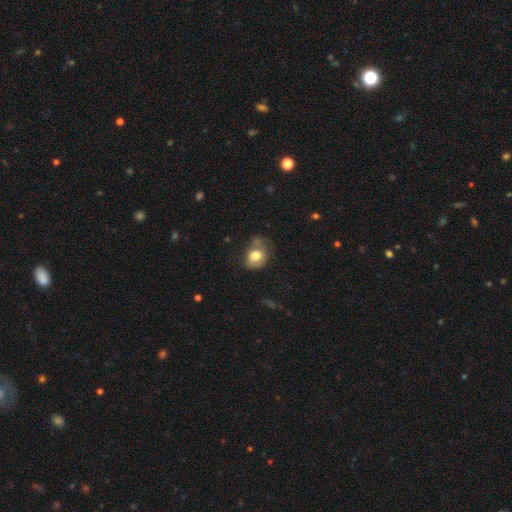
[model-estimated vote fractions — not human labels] Smooth or featured: smooth — 72% (featured or disk — 19%)
How rounded: in between — 56% (round — 43%)
Merging: none — 36% (tied with minor disturbance — 36%)